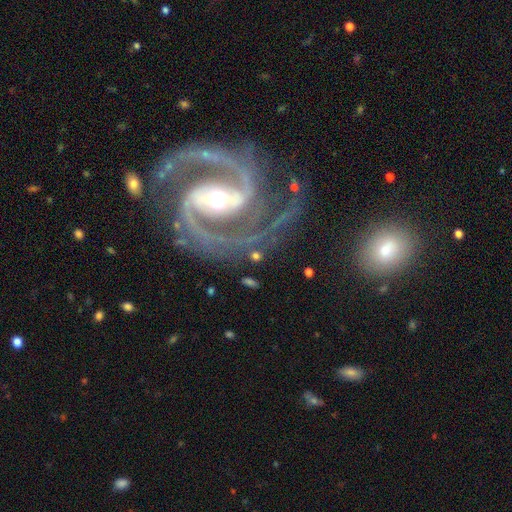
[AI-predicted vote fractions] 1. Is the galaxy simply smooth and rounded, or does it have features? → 53% featured or disk, 35% smooth, 12% star or artifact.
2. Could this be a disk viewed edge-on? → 82% no, 18% yes.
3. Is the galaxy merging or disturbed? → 76% none, 11% minor disturbance, 9% major disturbance, 4% merger.